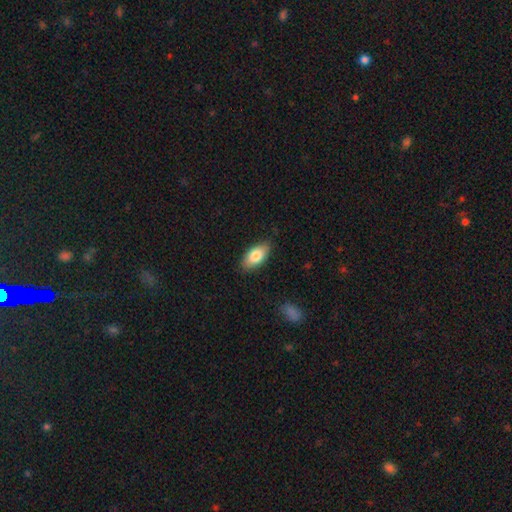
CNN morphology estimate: A smooth galaxy with no disk features (81%) that is in between round and cigar-shaped (91%). Merging: none (84%).